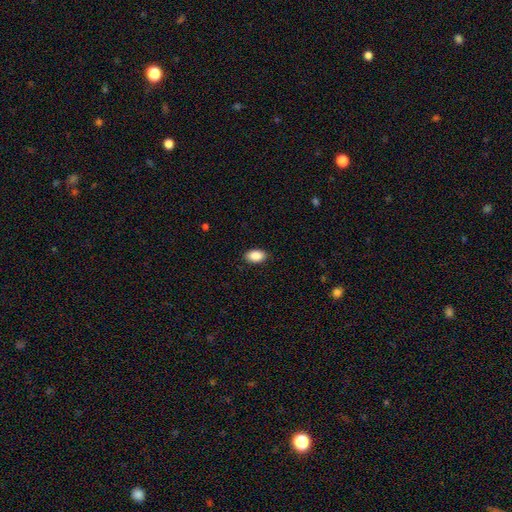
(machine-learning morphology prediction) A smooth galaxy with no disk features (89%) that is in between round and cigar-shaped (92%).

Vote fractions:
- Smooth or featured? smooth: 89% / star or artifact: 7% / featured or disk: 4%
- How rounded? in between: 92% / round: 7% / cigar-shaped: 1%
- Merging? none: 88% / minor disturbance: 9% / major disturbance: 2% / merger: 1%